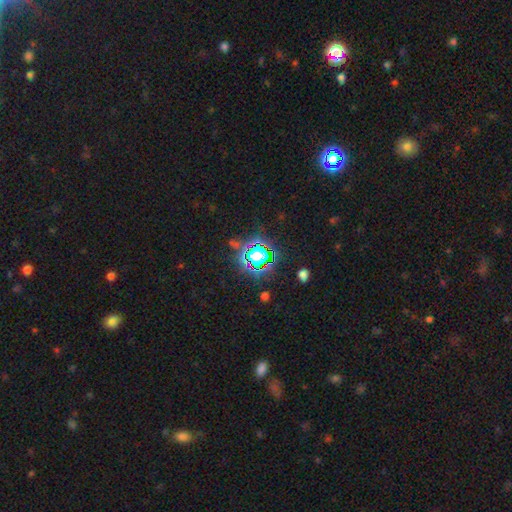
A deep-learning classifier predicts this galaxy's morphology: star or artifact 69%, smooth 19%, featured or disk 12%.